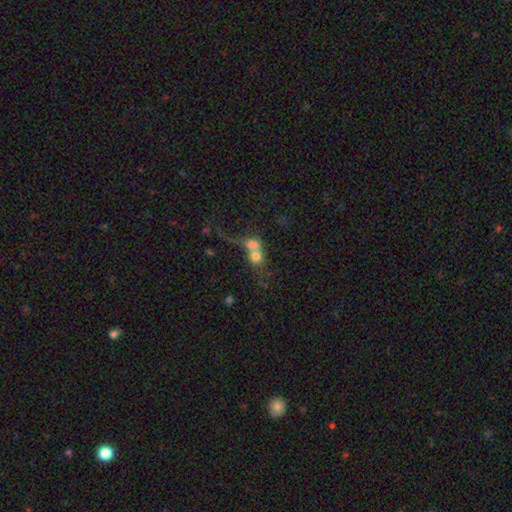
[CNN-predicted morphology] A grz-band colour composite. It shows a smooth galaxy with no disk features (64%) that is round (65%). Merging: merger (77%).